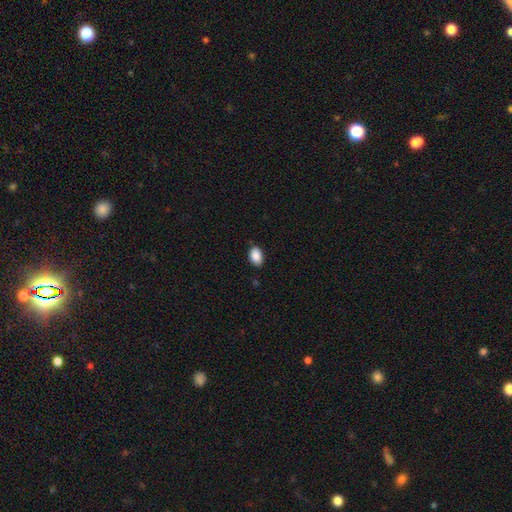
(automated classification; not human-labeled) smooth 89%, star or artifact 7%, featured or disk 4%. Down the decision tree: how rounded — in between (89%); merging — none (84%).